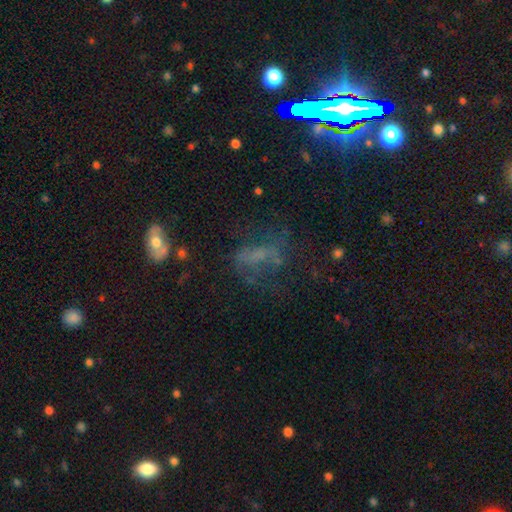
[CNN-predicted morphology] Smooth or featured? featured or disk (42%)
Merging? none (46%)